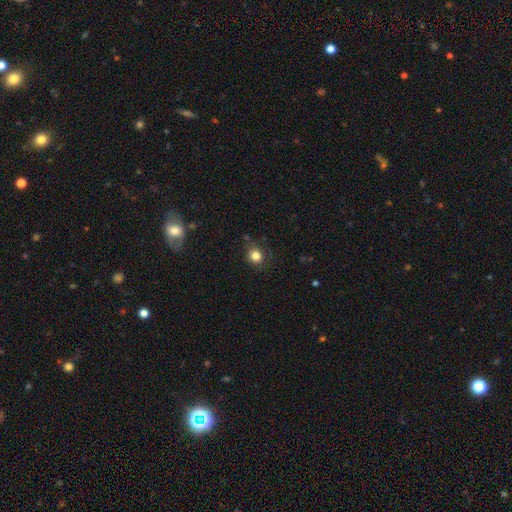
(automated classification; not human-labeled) Morphology: type=smooth (82%); roundness=round (82%); merging=none (80%).